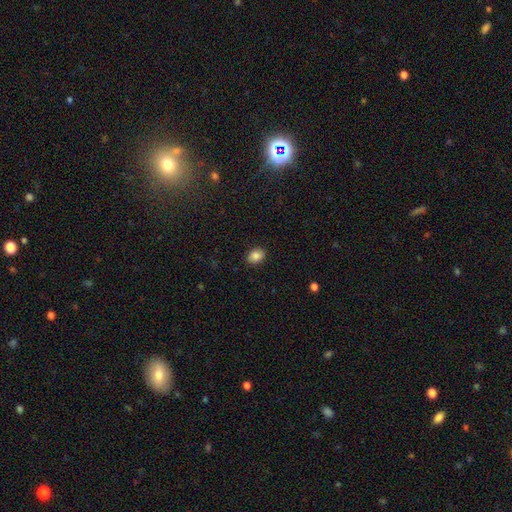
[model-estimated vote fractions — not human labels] smooth_or_featured: smooth (p=0.86) [alt: star or artifact p=0.09]
how_rounded: in between (p=0.66) [alt: round p=0.33]
merging: none (p=0.89) [alt: minor disturbance p=0.08]